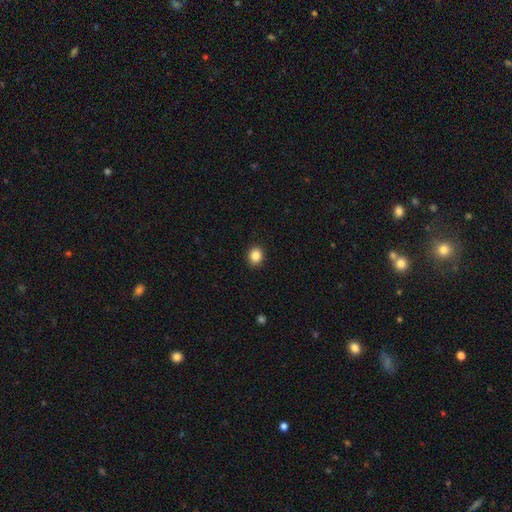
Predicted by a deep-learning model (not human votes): This appears to be a smooth galaxy with no disk features (86%) that is round (75%). Merging: none (92%).